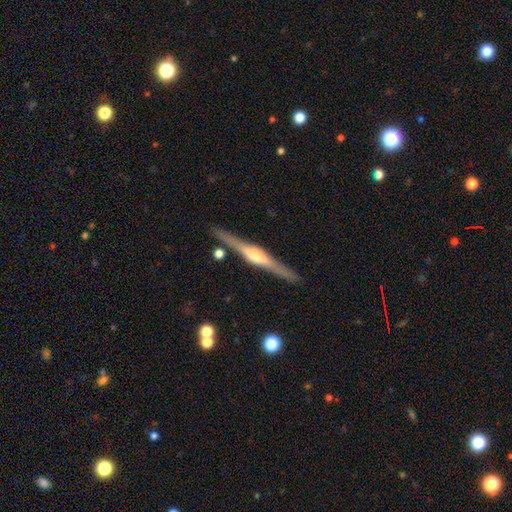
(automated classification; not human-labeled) Q: Smooth or featured?
A: featured or disk (80%); runner-up: smooth (15%)
Q: Edge-on disk?
A: yes (98%); runner-up: no (2%)
Q: Edge-on bulge?
A: rounded (84%); runner-up: boxy (11%)
Q: Merging?
A: none (87%); runner-up: minor disturbance (8%)